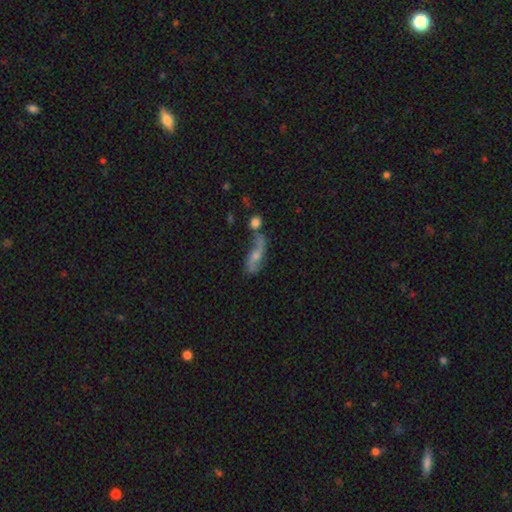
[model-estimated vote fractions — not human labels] This appears to be a featured or disk galaxy (63%) with no bar (60%), spiral arms (85%) and a moderate central bulge (46%). Merging: none (43%).